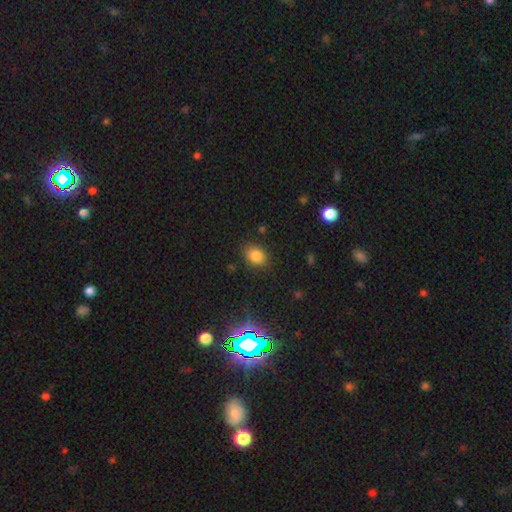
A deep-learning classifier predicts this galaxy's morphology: type=smooth (82%); roundness=in between (58%); merging=none (84%).